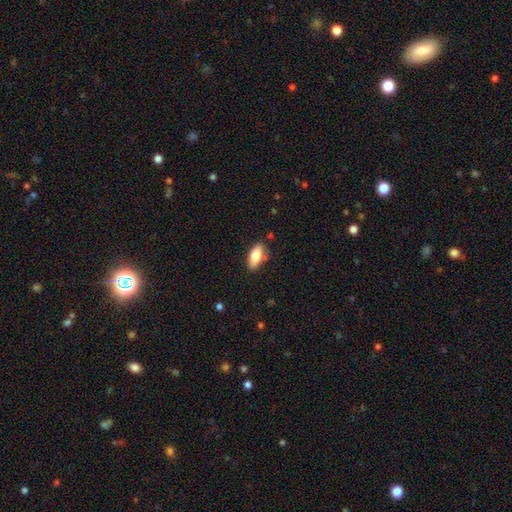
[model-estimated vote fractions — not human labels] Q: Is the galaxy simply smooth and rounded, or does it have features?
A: smooth — 76%.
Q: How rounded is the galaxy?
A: in between — 85%.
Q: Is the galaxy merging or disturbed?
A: none — 82%.